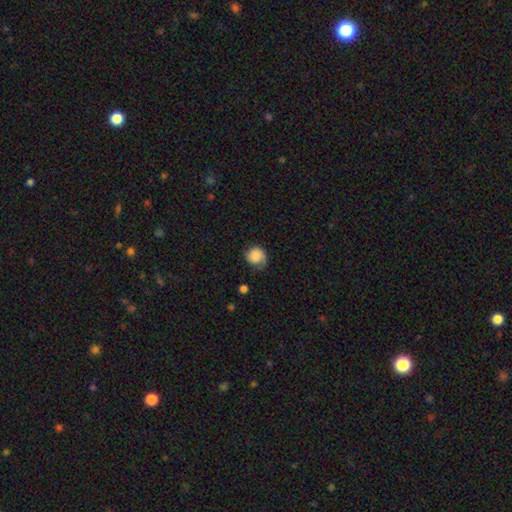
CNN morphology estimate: Overall: smooth (81%). How rounded: round (82%). Merging: none (57%; minor disturbance 31%).